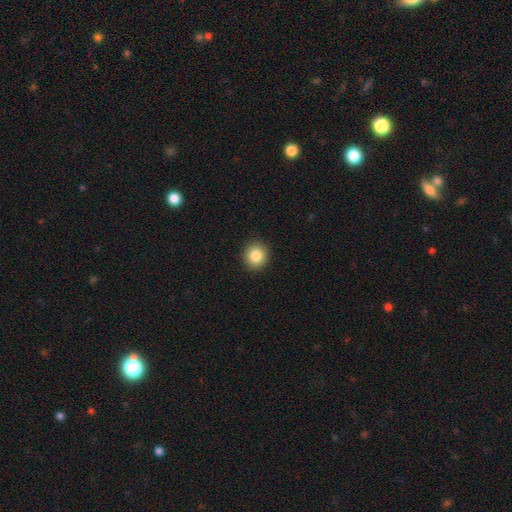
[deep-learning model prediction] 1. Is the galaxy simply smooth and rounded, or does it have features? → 84% smooth, 10% star or artifact, 6% featured or disk.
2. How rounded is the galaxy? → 89% round, 10% in between, 1% cigar-shaped.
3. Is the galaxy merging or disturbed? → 92% none, 5% minor disturbance, 2% major disturbance, 1% merger.